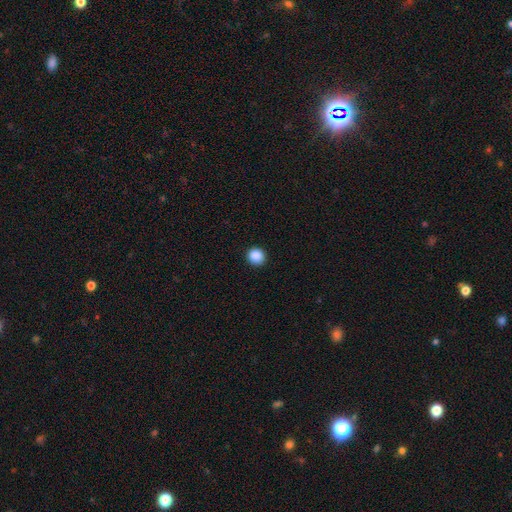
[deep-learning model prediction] A smooth galaxy with no disk features (88%) that is round (92%). Merging: none (93%).